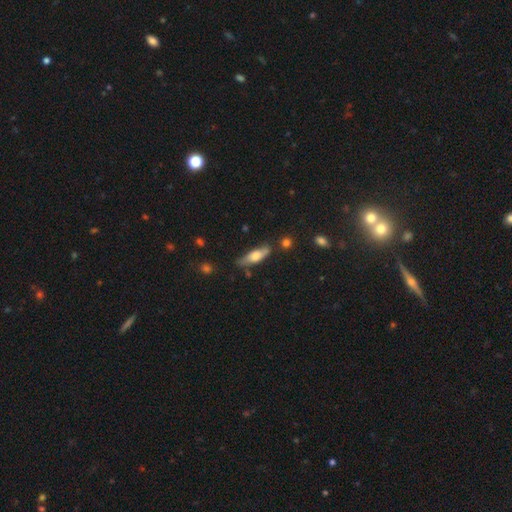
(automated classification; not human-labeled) smooth-or-featured: smooth: 61% | featured or disk: 33% | star or artifact: 6%
  how-rounded: cigar-shaped: 49% | in between: 48% | round: 2%
  merging: none: 66% | minor disturbance: 23% | merger: 6% | major disturbance: 5%